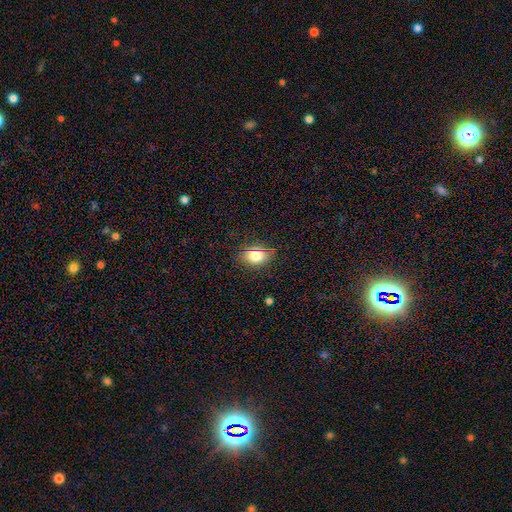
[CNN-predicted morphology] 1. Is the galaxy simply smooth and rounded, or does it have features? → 79% smooth, 12% star or artifact, 9% featured or disk.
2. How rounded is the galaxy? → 71% in between, 27% round, 2% cigar-shaped.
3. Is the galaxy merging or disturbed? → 83% none, 13% minor disturbance, 3% major disturbance, 1% merger.